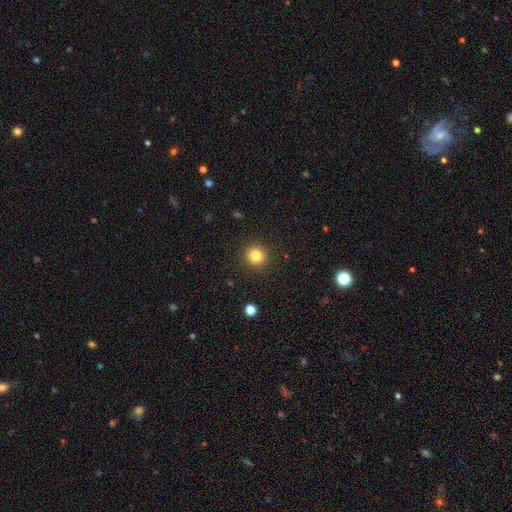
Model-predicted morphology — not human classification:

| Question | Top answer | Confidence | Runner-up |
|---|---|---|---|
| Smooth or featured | smooth | 82% | star or artifact (12%) |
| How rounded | round | 93% | in between (6%) |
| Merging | none | 91% | minor disturbance (6%) |